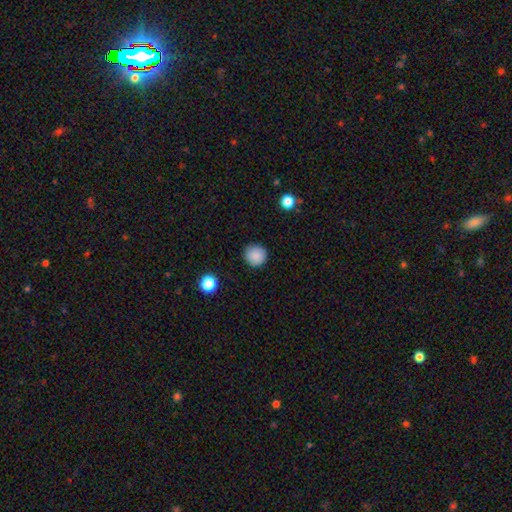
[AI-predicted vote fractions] Smooth or featured?
  - smooth: 87% *
  - star or artifact: 9%
  - featured or disk: 4%
How rounded?
  - round: 95% *
  - in between: 4%
  - cigar-shaped: 1%
Merging?
  - none: 90% *
  - minor disturbance: 7%
  - major disturbance: 2%
  - merger: 1%